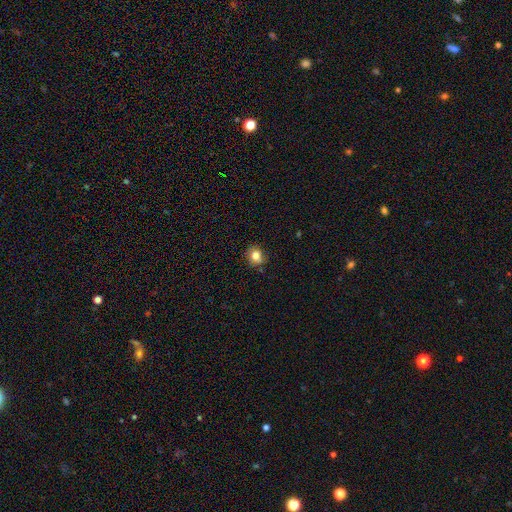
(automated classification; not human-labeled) The model was most divided on "how rounded": round: 75%, in between: 24%, cigar-shaped: 1%. More confident: merging — none (80%); smooth or featured — smooth (80%).